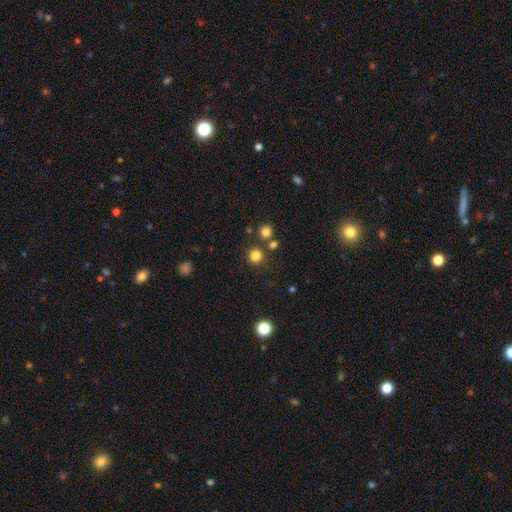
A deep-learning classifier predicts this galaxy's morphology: A smooth galaxy with no disk features (81%) that is round (91%). Merging: none (79%).